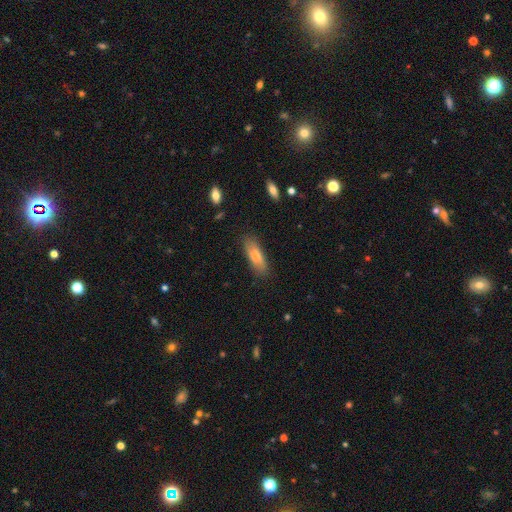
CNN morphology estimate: A smooth galaxy with no disk features (76%) that is in between round and cigar-shaped (57%). Merging: none (80%).